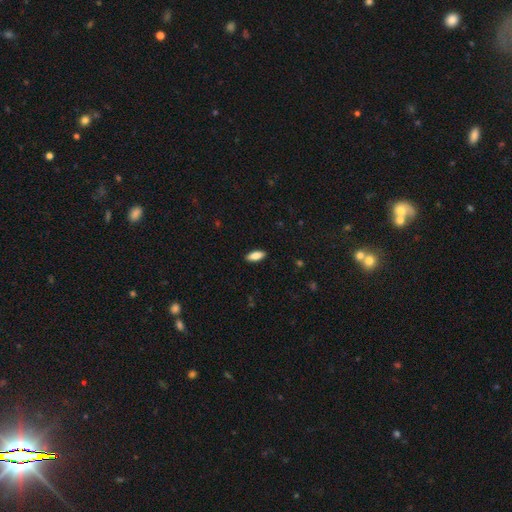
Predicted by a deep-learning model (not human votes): smooth 86%, featured or disk 8%, star or artifact 6%. Down the decision tree: how rounded — in between (80%); merging — none (89%).